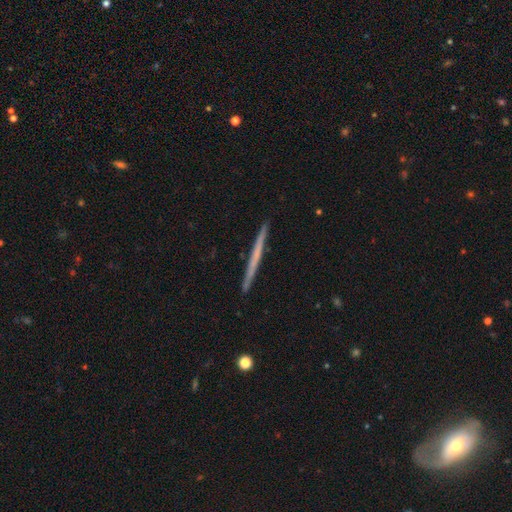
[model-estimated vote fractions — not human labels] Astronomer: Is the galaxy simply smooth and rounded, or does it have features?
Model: featured or disk — 52% (runner-up: smooth, 42%).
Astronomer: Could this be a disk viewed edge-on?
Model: yes — 98%.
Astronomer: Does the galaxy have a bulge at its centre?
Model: none — 90%.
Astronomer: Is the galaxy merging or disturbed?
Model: none — 92%.